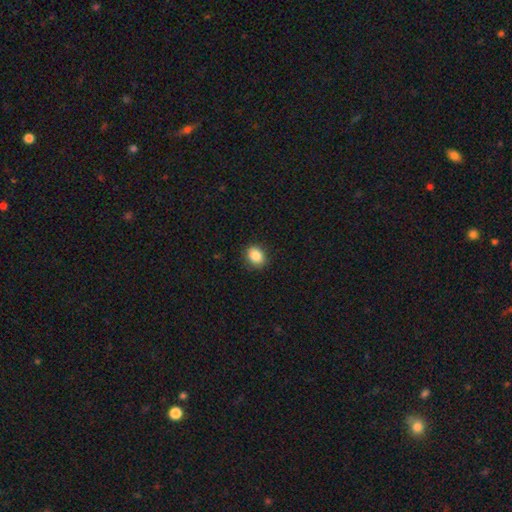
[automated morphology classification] smooth-or-featured: smooth: 86% | star or artifact: 9% | featured or disk: 5%
  how-rounded: in between: 52% | round: 46% | cigar-shaped: 1%
  merging: none: 88% | minor disturbance: 9% | major disturbance: 2% | merger: 1%